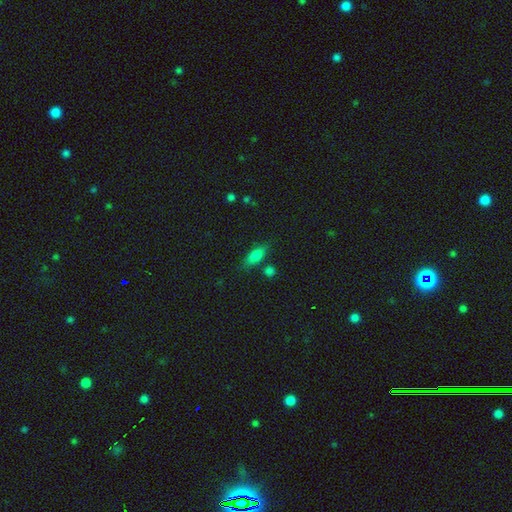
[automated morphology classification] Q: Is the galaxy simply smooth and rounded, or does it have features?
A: smooth — 77%.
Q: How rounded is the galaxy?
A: in between — 72%.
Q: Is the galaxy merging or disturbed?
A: none — 73%.